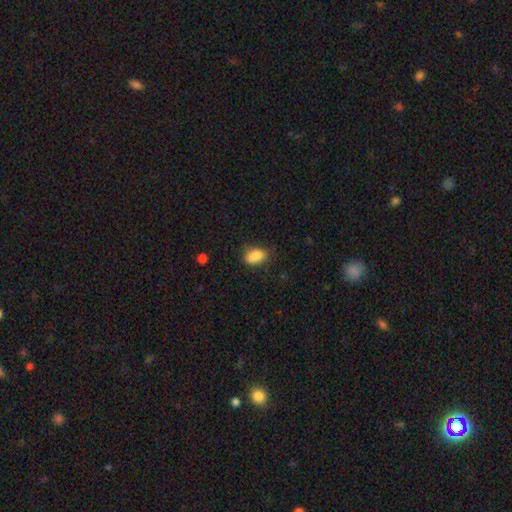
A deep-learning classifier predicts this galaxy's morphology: Smooth or featured?
  - smooth: 85% *
  - star or artifact: 9%
  - featured or disk: 7%
How rounded?
  - in between: 84% *
  - round: 14%
  - cigar-shaped: 2%
Merging?
  - none: 62% *
  - minor disturbance: 25%
  - merger: 6%
  - major disturbance: 6%